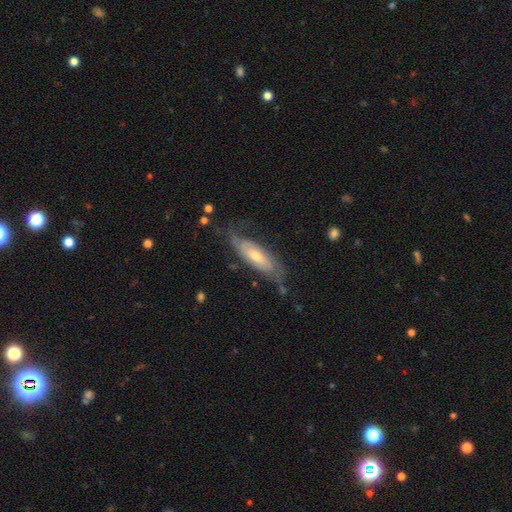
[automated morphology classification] smooth_or_featured: featured or disk (p=0.65) [alt: smooth p=0.29]
disk_edge_on: no (p=0.77) [alt: yes p=0.23]
bar: no (p=0.64) [alt: weak p=0.27]
has_spiral_arms: yes (p=0.81) [alt: no p=0.19]
bulge_size: moderate (p=0.50) [alt: small p=0.44]
merging: none (p=0.61) [alt: minor disturbance p=0.24]